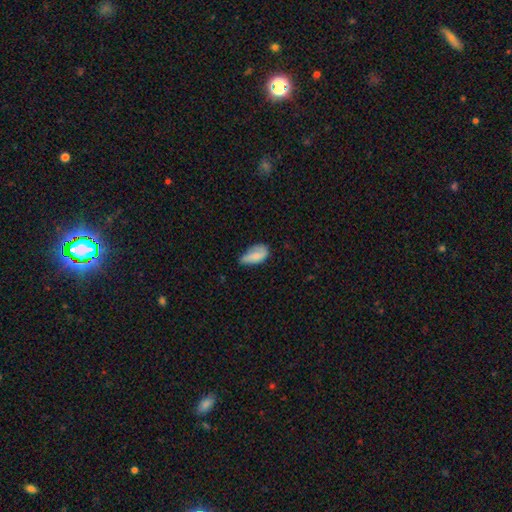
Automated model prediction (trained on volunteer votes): Smooth or featured?
  - smooth: 75% *
  - featured or disk: 18%
  - star or artifact: 7%
How rounded?
  - in between: 90% *
  - cigar-shaped: 6%
  - round: 4%
Merging?
  - minor disturbance: 44% *
  - none: 36%
  - major disturbance: 18%
  - merger: 3%